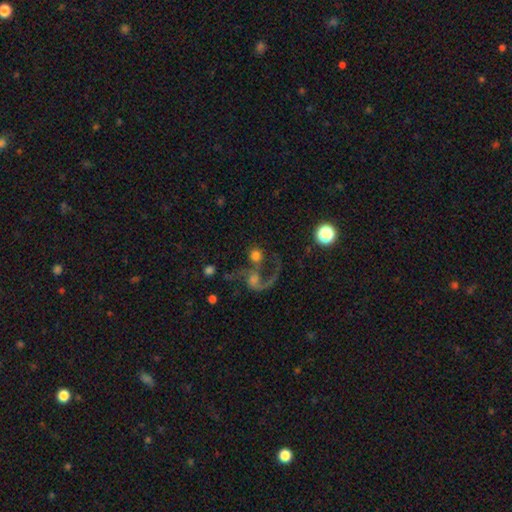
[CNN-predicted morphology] A smooth galaxy with no disk features (48%).

Vote fractions:
- Smooth or featured? smooth: 48% / featured or disk: 40% / star or artifact: 12%
- Merging? merger: 41% / none: 35% / major disturbance: 16% / minor disturbance: 9%